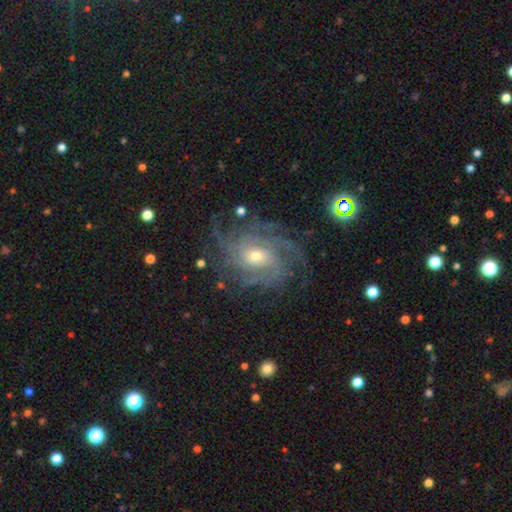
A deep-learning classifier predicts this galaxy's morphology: Q: Smooth or featured?
A: featured or disk (89%); runner-up: star or artifact (6%)
Q: Edge-on disk?
A: no (97%); runner-up: yes (3%)
Q: Bar?
A: no (64%); runner-up: weak (29%)
Q: Spiral arms?
A: yes (97%); runner-up: no (3%)
Q: Spiral winding?
A: tight (63%); runner-up: medium (30%)
Q: Spiral arm count?
A: can't tell (26%); runner-up: 4 (23%)
Q: Bulge size?
A: small (51%); runner-up: moderate (44%)
Q: Merging?
A: none (73%); runner-up: minor disturbance (16%)